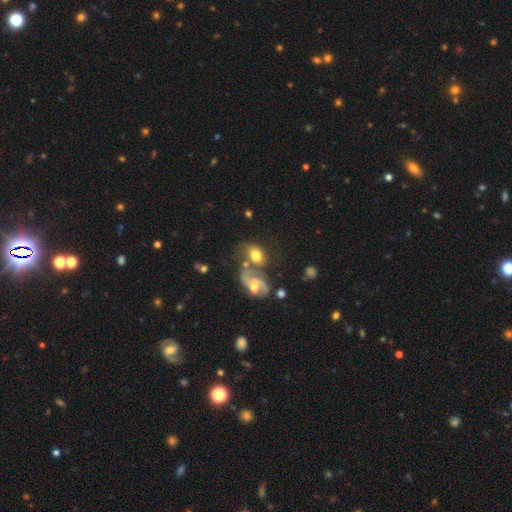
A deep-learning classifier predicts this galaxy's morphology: This is possibly a smooth galaxy (59%). How rounded: likely in between (67%). Merging: marginally merger (39%).